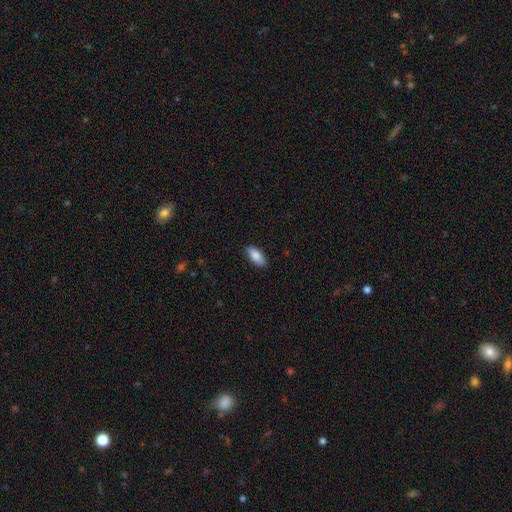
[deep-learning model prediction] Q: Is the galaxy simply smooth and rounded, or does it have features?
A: smooth — 87%.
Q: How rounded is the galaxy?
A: in between — 85%.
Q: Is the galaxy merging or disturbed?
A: none — 88%.